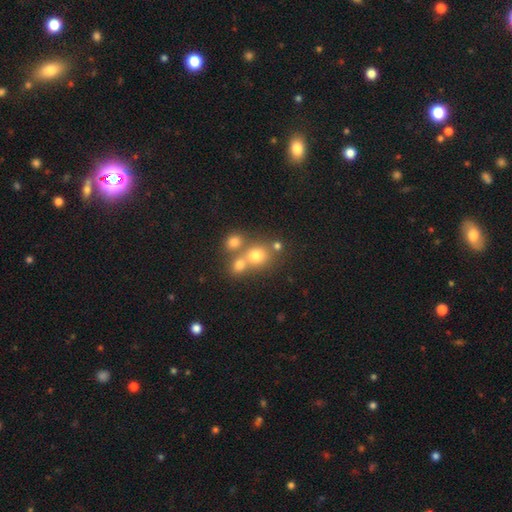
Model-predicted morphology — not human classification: This appears to be a smooth galaxy with no disk features (70%) that is round (77%). Merging: none (46%).